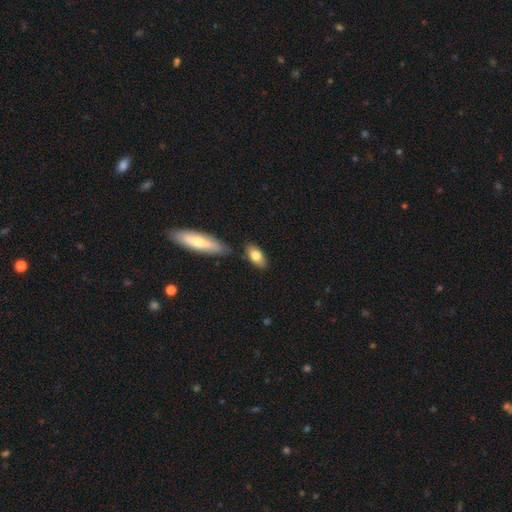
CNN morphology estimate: A smooth galaxy with no disk features (76%) that is in between round and cigar-shaped (85%). Merging: none (76%).